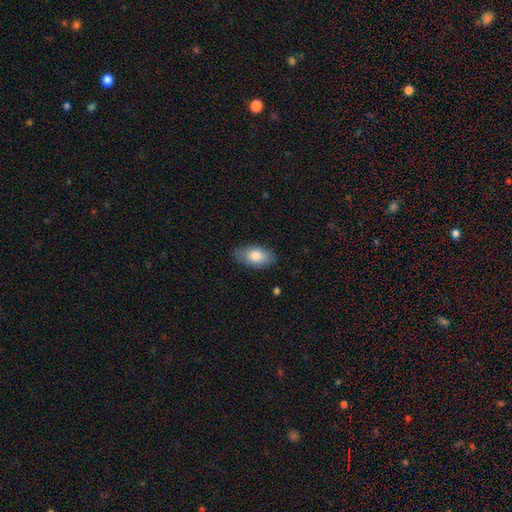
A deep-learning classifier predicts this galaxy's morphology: smooth 81%, featured or disk 13%, star or artifact 6%. Down the decision tree: how rounded — in between (93%); merging — none (79%).